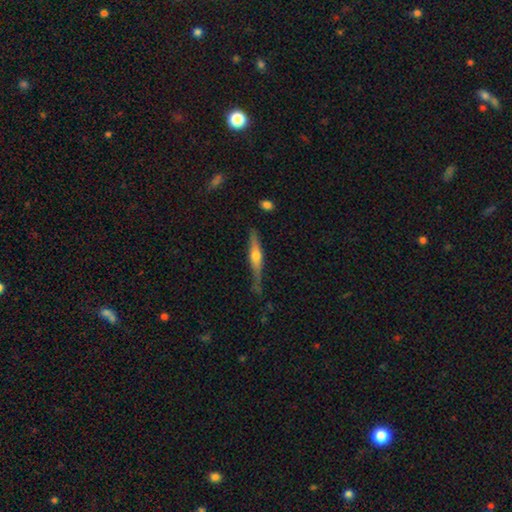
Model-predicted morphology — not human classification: smooth-or-featured: featured or disk: 62% | smooth: 32% | star or artifact: 6%
  disk-edge-on: yes: 95% | no: 5%
    edge-on-bulge: rounded: 90% | boxy: 5% | none: 4%
  merging: none: 67% | minor disturbance: 24% | major disturbance: 6% | merger: 3%